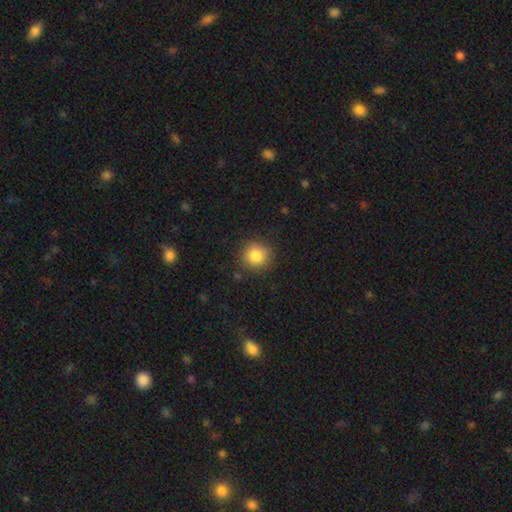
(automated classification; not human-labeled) Q: Smooth or featured?
A: smooth (85%); runner-up: star or artifact (10%)
Q: How rounded?
A: round (92%); runner-up: in between (7%)
Q: Merging?
A: none (87%); runner-up: minor disturbance (9%)